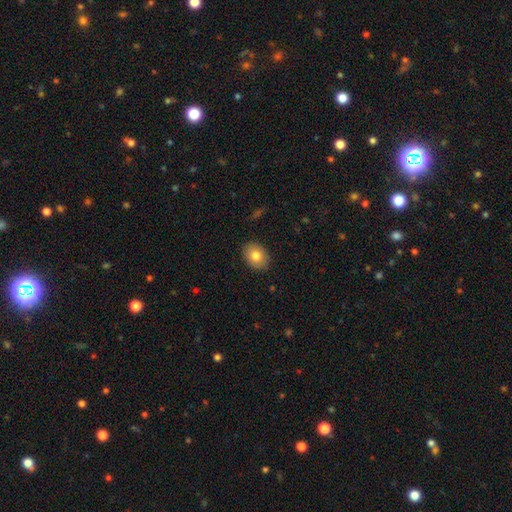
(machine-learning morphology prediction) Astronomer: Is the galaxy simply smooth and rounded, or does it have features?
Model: smooth — 80%.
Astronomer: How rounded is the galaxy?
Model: in between — 70%.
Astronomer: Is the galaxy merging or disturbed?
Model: none — 89%.